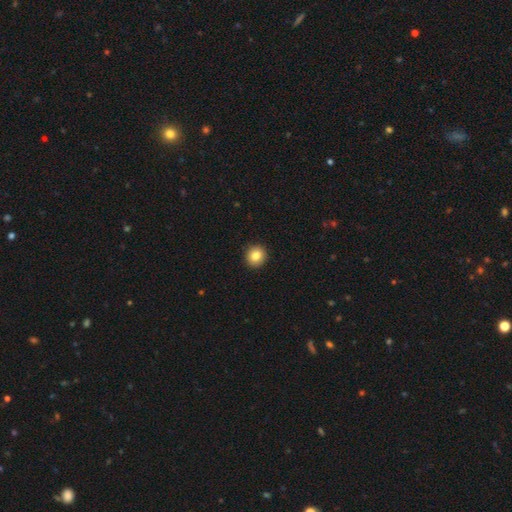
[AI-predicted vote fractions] Smooth or featured? smooth (83%)
How rounded? round (90%)
Merging? none (93%)